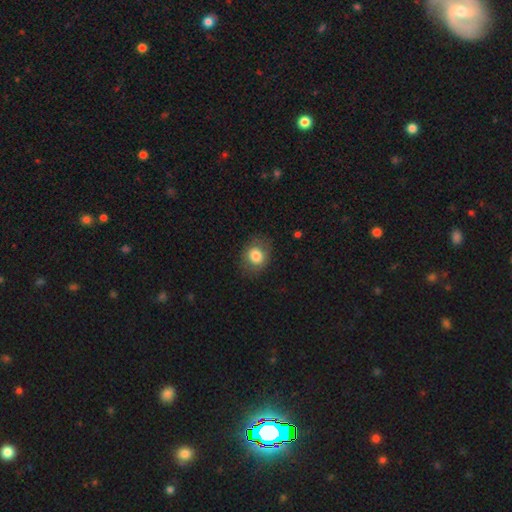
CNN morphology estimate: Q: Smooth or featured?
A: smooth (80%); runner-up: featured or disk (11%)
Q: How rounded?
A: round (60%); runner-up: in between (39%)
Q: Merging?
A: none (78%); runner-up: minor disturbance (16%)